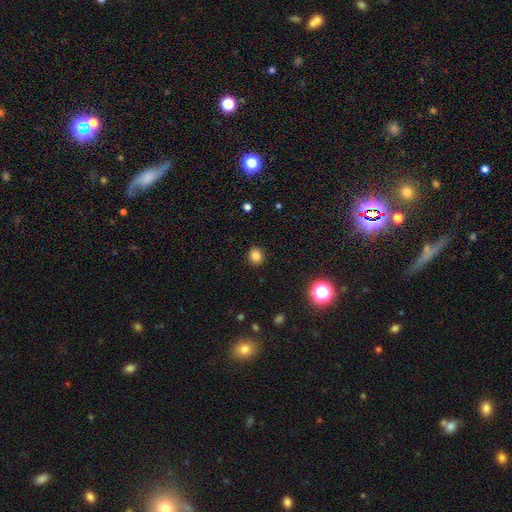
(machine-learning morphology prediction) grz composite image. It shows a smooth galaxy with no disk features (81%) that is round (79%). Merging: none (91%).